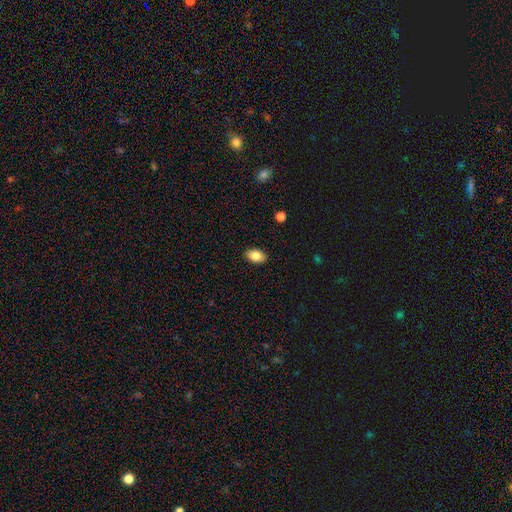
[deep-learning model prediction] Smooth or featured?
  - smooth: 82% *
  - featured or disk: 10%
  - star or artifact: 8%
How rounded?
  - in between: 89% *
  - round: 9%
  - cigar-shaped: 2%
Merging?
  - none: 88% *
  - minor disturbance: 9%
  - major disturbance: 2%
  - merger: 1%